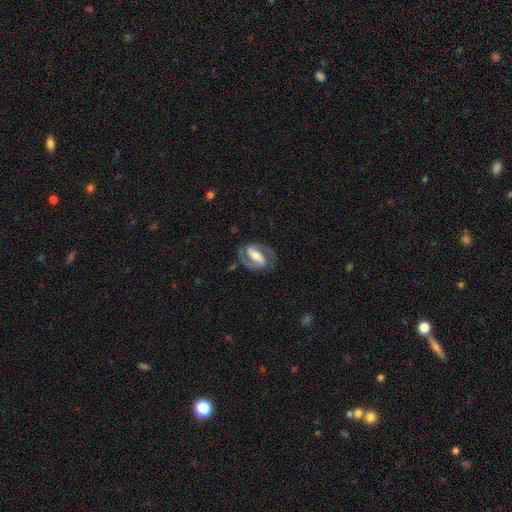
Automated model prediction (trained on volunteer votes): A featured or disk galaxy (89%) with a strong bar (62%), 2 (93%) medium (53%) spiral arms (97%) and a moderate central bulge (56%). Merging: none (80%).